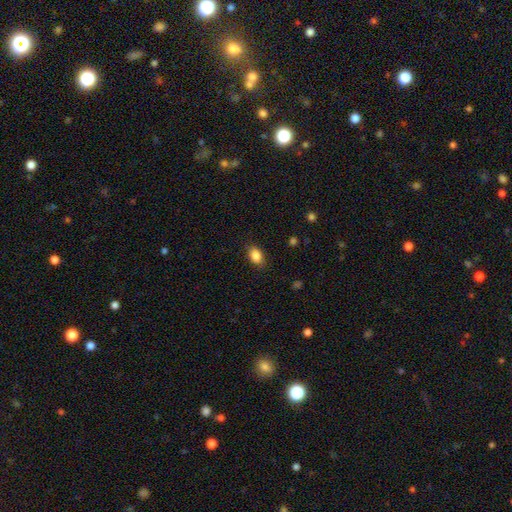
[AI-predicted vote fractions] Smooth or featured? smooth (87%)
How rounded? in between (83%)
Merging? none (86%)